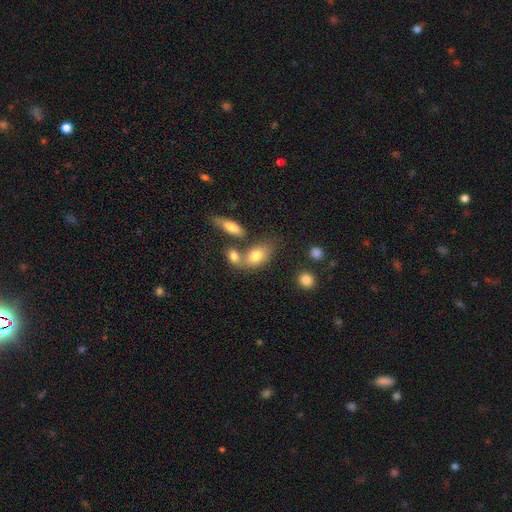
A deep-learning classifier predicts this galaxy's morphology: type=smooth (78%); roundness=in between (84%); merging=none (44%).